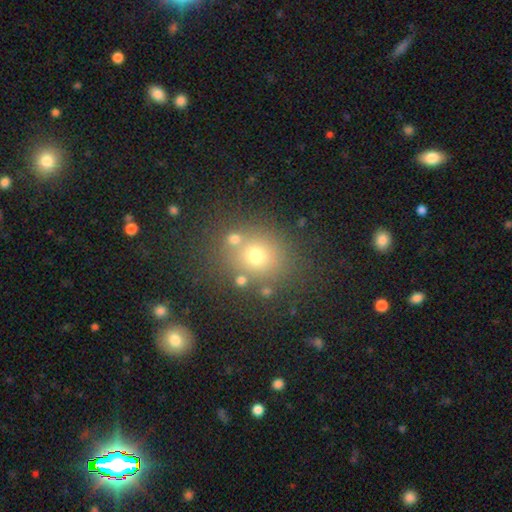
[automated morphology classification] A smooth galaxy with no disk features (67%) that is round (76%). Merging: none (74%).